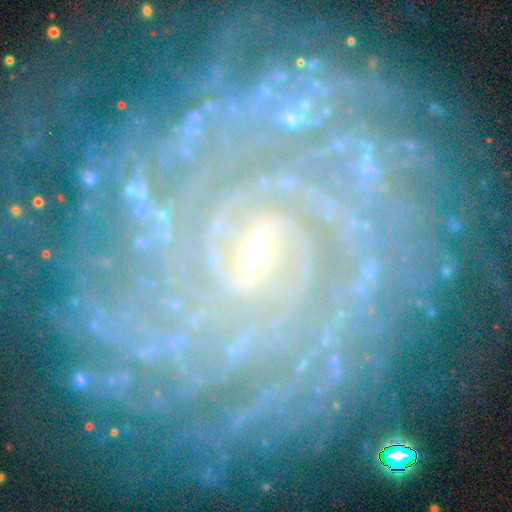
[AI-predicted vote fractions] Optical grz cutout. It shows a featured or disk galaxy (90%) with a weak bar (46%), tight (80%) spiral arms (98%) and a small central bulge (82%). Merging: none (72%).